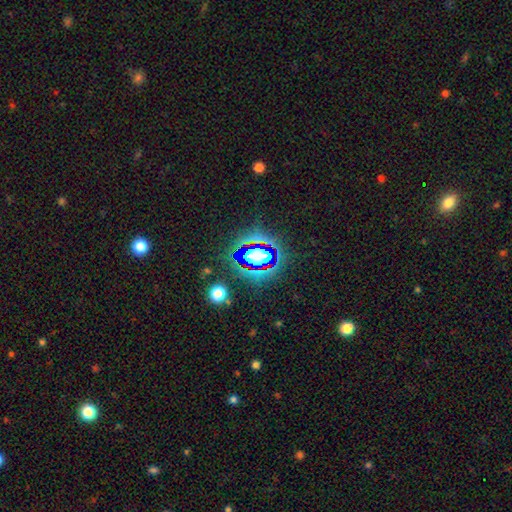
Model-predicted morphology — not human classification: smooth_or_featured: star or artifact (p=0.64) [alt: smooth p=0.23]